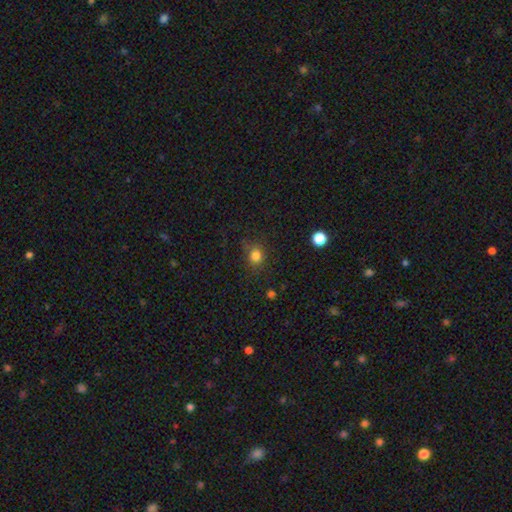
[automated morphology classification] Smooth or featured? smooth (82%)
How rounded? round (76%)
Merging? none (78%)